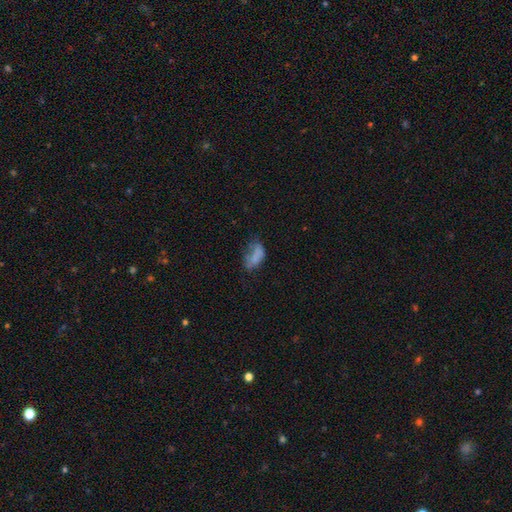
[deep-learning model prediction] A smooth galaxy with no disk features (67%) that is in between round and cigar-shaped (90%). Merging: none (35%).